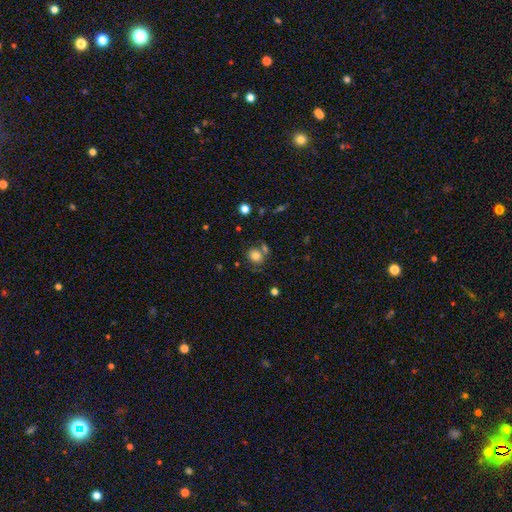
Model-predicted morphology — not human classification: smooth_or_featured: smooth (p=0.79) [alt: star or artifact p=0.11]
how_rounded: round (p=0.75) [alt: in between p=0.24]
merging: none (p=0.61) [alt: merger p=0.20]